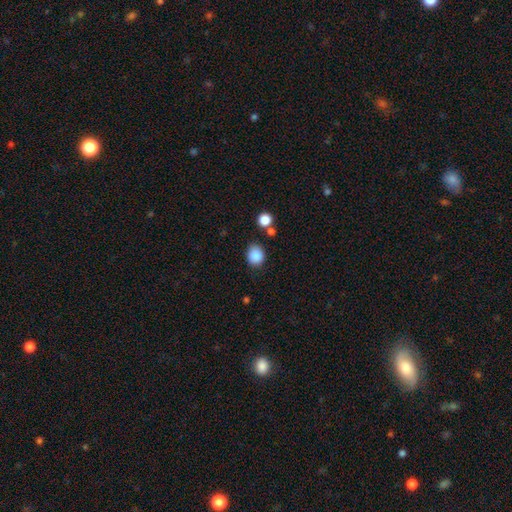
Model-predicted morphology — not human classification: Q: Smooth or featured?
A: smooth (86%); runner-up: star or artifact (10%)
Q: How rounded?
A: round (73%); runner-up: in between (27%)
Q: Merging?
A: none (78%); runner-up: minor disturbance (13%)